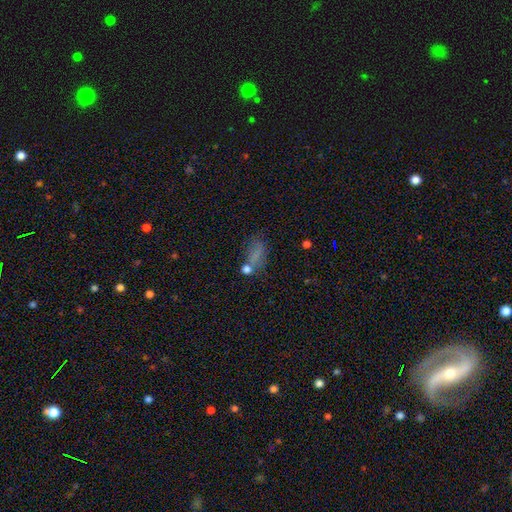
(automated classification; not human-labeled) smooth 64%, star or artifact 21%, featured or disk 15%. Down the decision tree: how rounded — in between (77%); merging — none (46%).